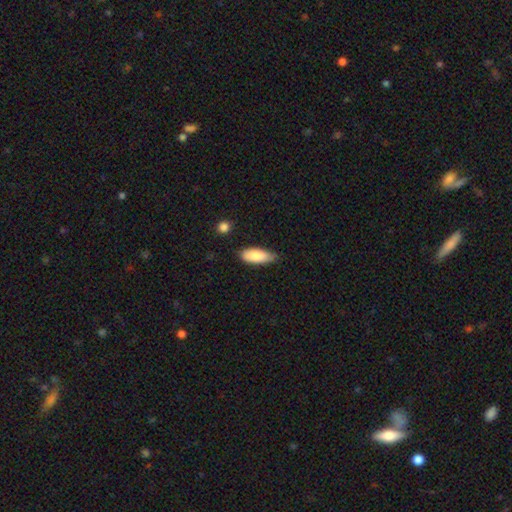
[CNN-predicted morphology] Smooth or featured? smooth (85%)
How rounded? in between (75%)
Merging? none (70%)